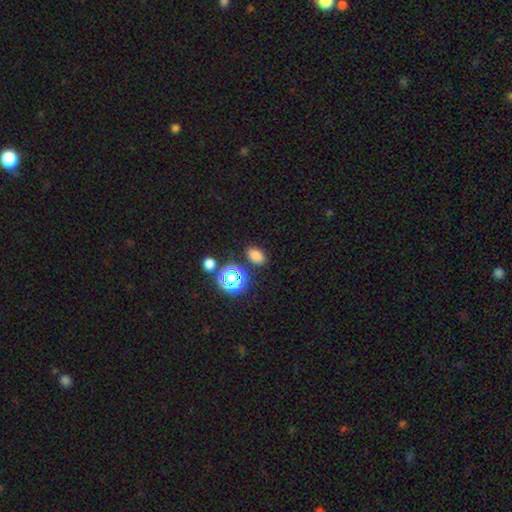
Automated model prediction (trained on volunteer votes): This is likely a smooth galaxy (76%). How rounded: likely in between (78%). Merging: clearly none (83%).